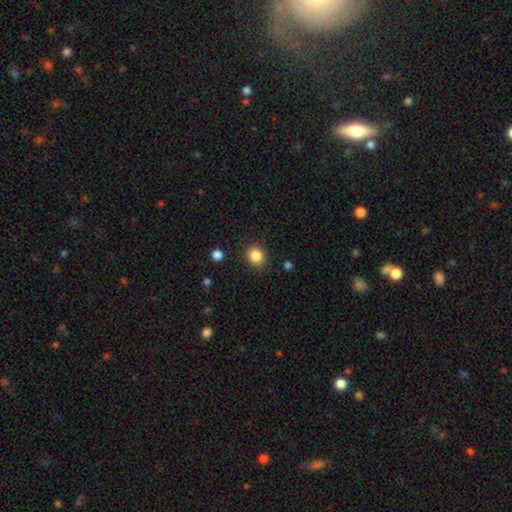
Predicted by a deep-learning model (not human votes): Overall: smooth (86%). How rounded: round (73%). Merging: none (87%).